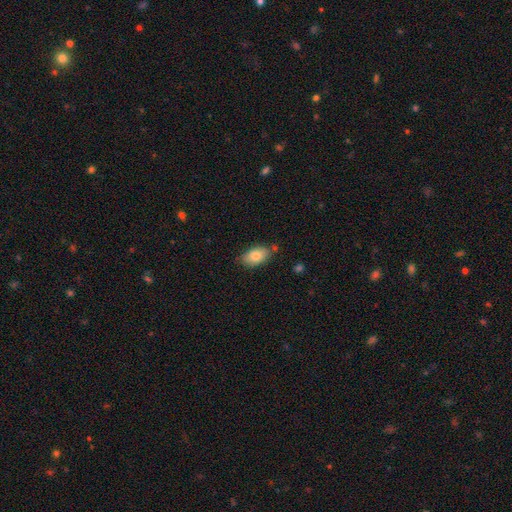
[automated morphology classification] smooth-or-featured: smooth: 81% | featured or disk: 12% | star or artifact: 7%
  how-rounded: in between: 92% | round: 6% | cigar-shaped: 2%
  merging: none: 75% | minor disturbance: 18% | merger: 4% | major disturbance: 3%